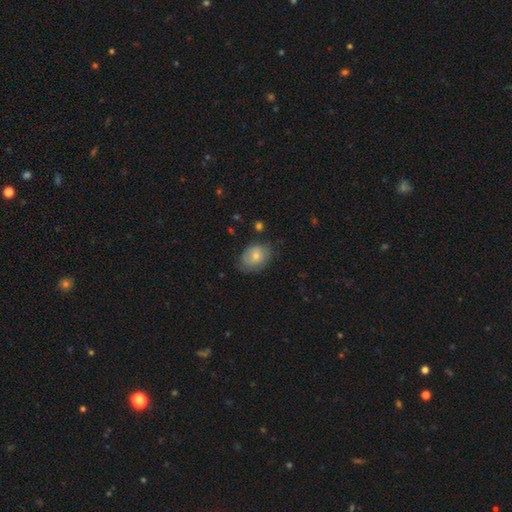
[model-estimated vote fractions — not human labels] smooth_or_featured: smooth (p=0.66) [alt: featured or disk p=0.26]
how_rounded: in between (p=0.65) [alt: round p=0.34]
merging: none (p=0.62) [alt: minor disturbance p=0.28]